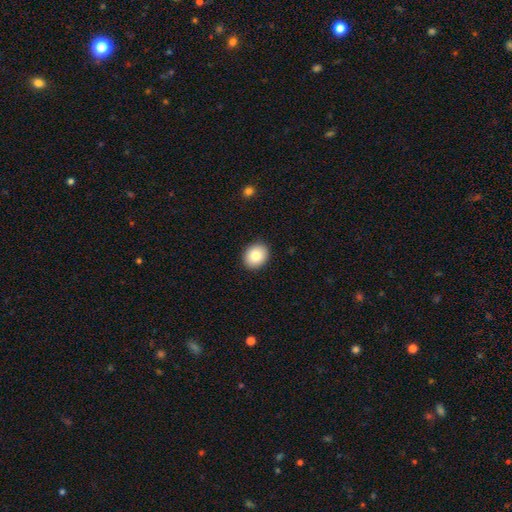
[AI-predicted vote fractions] This is clearly a smooth galaxy (84%). How rounded: possibly round (53%). Merging: clearly none (90%).